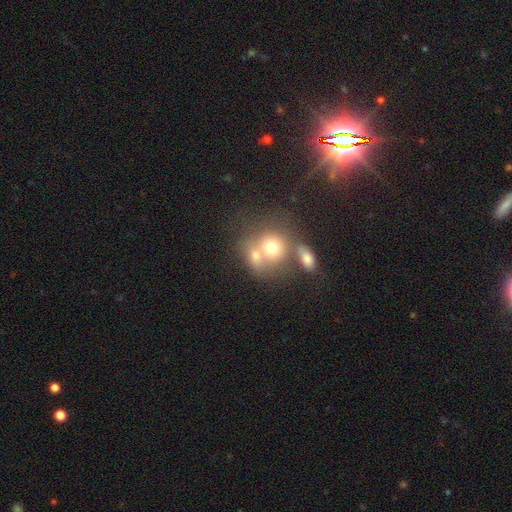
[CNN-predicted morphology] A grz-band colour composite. It shows a smooth galaxy with no disk features (68%) that is round (70%). Merging: merger (54%).